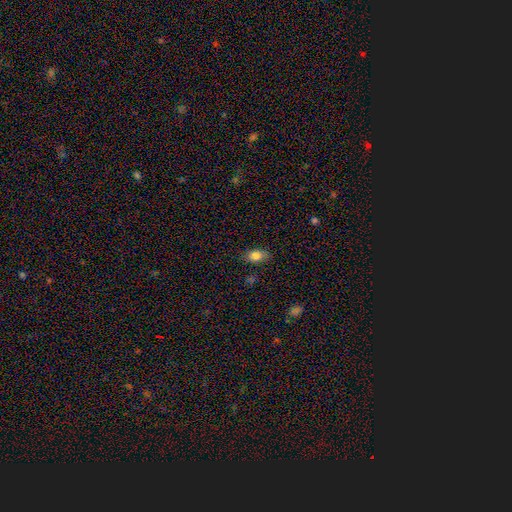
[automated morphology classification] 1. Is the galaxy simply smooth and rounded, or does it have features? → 81% smooth, 11% featured or disk, 9% star or artifact.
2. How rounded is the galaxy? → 85% in between, 10% round, 5% cigar-shaped.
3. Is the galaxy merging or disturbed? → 84% none, 12% minor disturbance, 2% major disturbance, 1% merger.